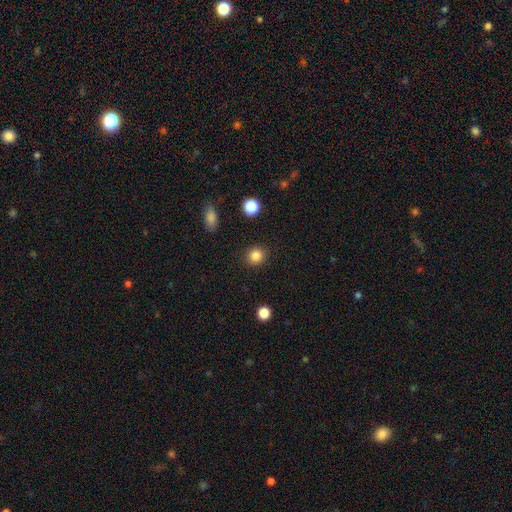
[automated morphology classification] Smooth or featured?
  - smooth: 85% *
  - star or artifact: 11%
  - featured or disk: 4%
How rounded?
  - round: 86% *
  - in between: 13%
  - cigar-shaped: 1%
Merging?
  - none: 91% *
  - minor disturbance: 6%
  - major disturbance: 2%
  - merger: 1%